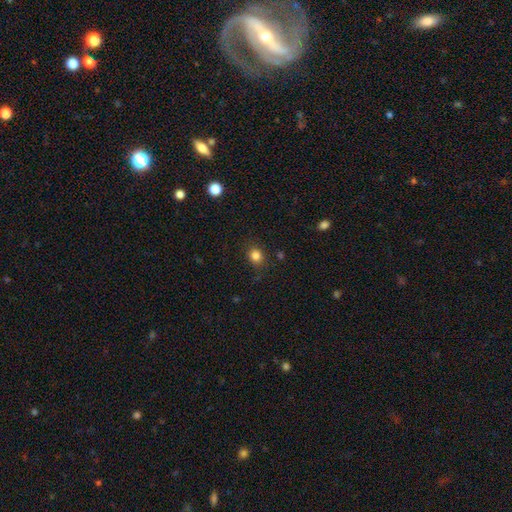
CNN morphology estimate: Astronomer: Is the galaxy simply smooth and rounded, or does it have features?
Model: smooth — 83%.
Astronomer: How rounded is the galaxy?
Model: round — 75%.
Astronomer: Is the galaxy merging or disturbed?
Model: none — 84%.